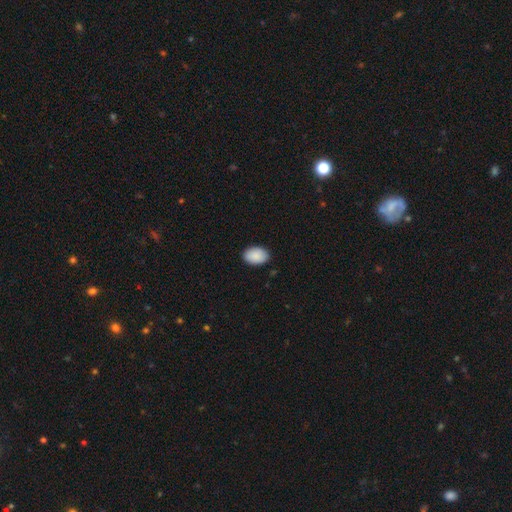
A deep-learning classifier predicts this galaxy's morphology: Overall: smooth (90%). How rounded: in between (86%). Merging: none (88%).